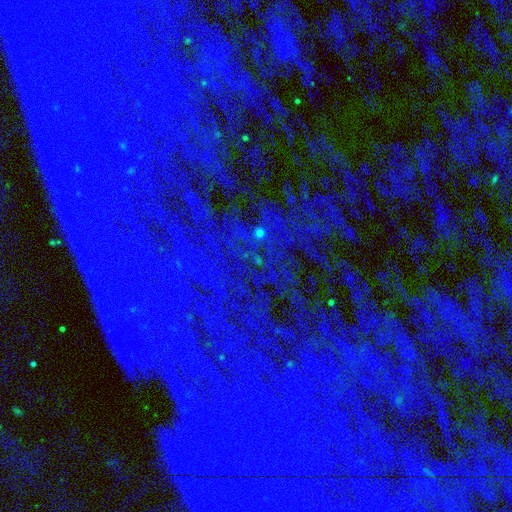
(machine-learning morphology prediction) The model was most divided on "smooth or featured": star or artifact: 82%, smooth: 9%, featured or disk: 9%.